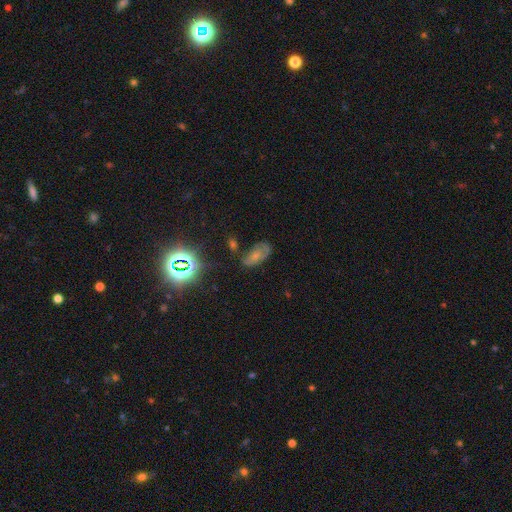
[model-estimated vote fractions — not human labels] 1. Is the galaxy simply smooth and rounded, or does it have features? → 48% smooth, 30% featured or disk, 22% star or artifact.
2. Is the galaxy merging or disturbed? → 48% none, 28% minor disturbance, 18% major disturbance, 6% merger.